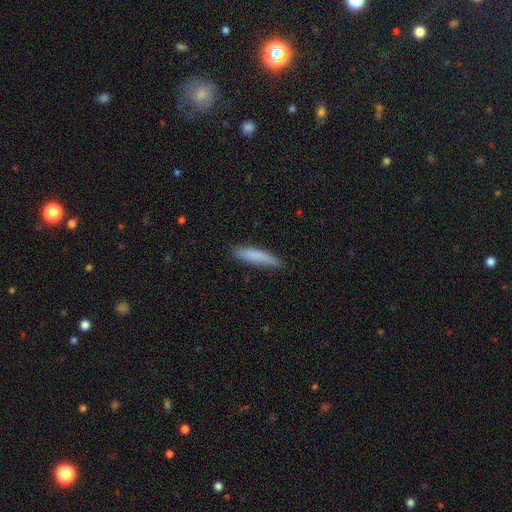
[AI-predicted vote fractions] Smooth or featured? Predicted: smooth (p=0.82). How rounded? Predicted: cigar-shaped (p=0.83). Merging? Predicted: none (p=0.79).